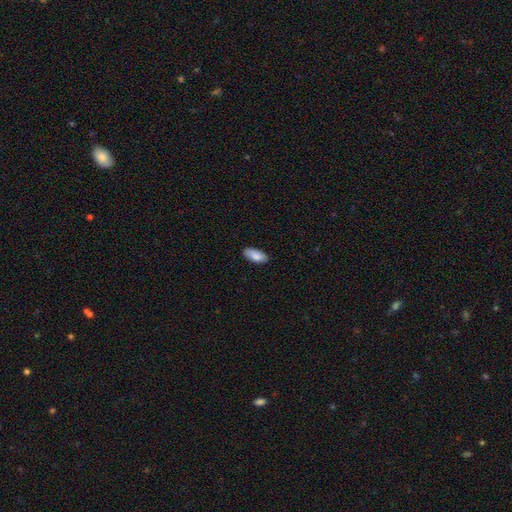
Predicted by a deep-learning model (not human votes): smooth_or_featured: smooth (p=0.86) [alt: featured or disk p=0.08]
how_rounded: in between (p=0.87) [alt: cigar-shaped p=0.11]
merging: none (p=0.87) [alt: minor disturbance p=0.11]